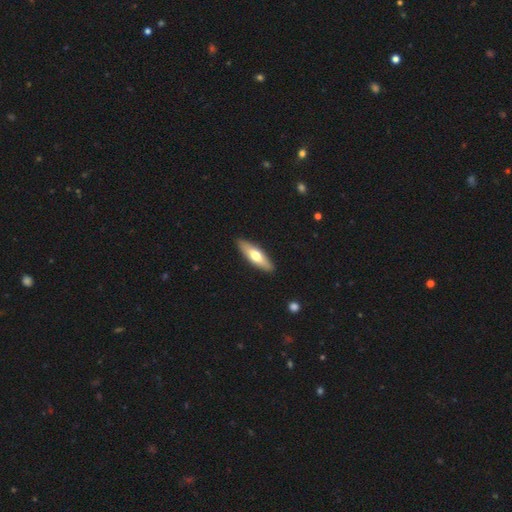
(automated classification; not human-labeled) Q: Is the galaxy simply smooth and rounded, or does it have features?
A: smooth — 58%.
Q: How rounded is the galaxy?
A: cigar-shaped — 55%.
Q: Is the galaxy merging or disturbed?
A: none — 90%.